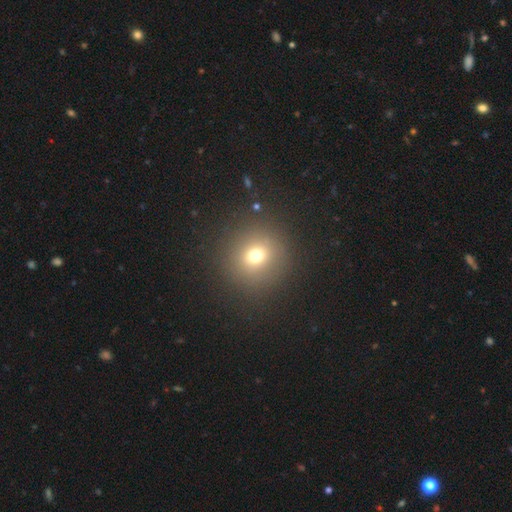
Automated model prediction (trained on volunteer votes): Smooth or featured? Predicted: smooth (p=0.69). How rounded? Predicted: round (p=0.92). Merging? Predicted: none (p=0.88).